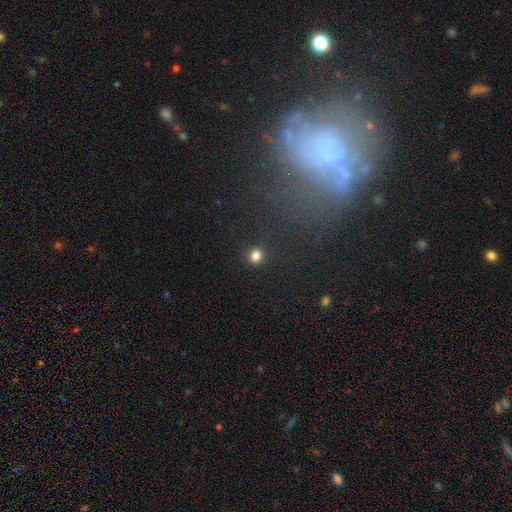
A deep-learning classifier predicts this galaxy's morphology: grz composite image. It shows a smooth galaxy with no disk features (82%) that is round (91%). Merging: none (89%).